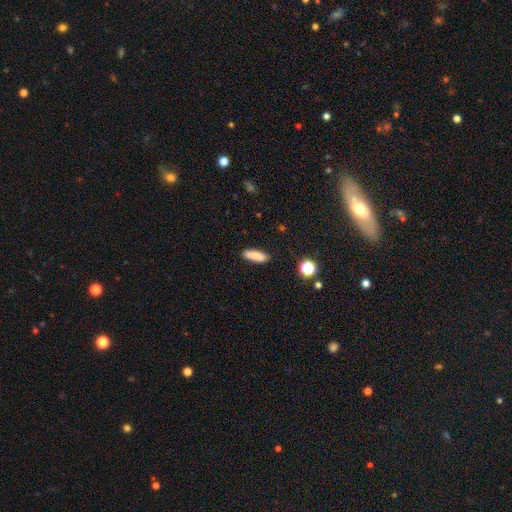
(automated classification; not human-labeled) smooth_or_featured: smooth (p=0.85) [alt: star or artifact p=0.08]
how_rounded: cigar-shaped (p=0.51) [alt: in between p=0.47]
merging: none (p=0.86) [alt: minor disturbance p=0.10]